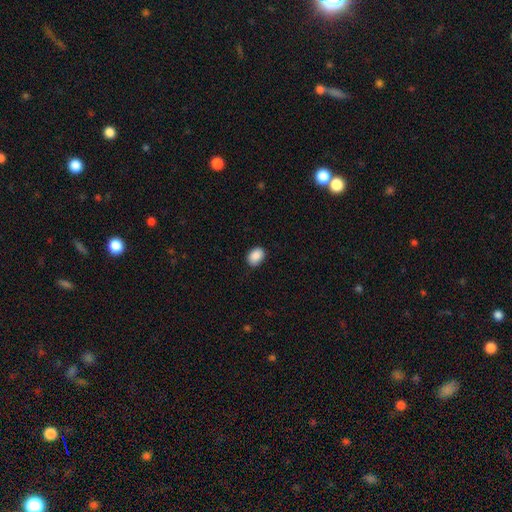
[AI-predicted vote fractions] Smooth or featured? Predicted: smooth (p=0.90). How rounded? Predicted: in between (p=0.76). Merging? Predicted: none (p=0.85).